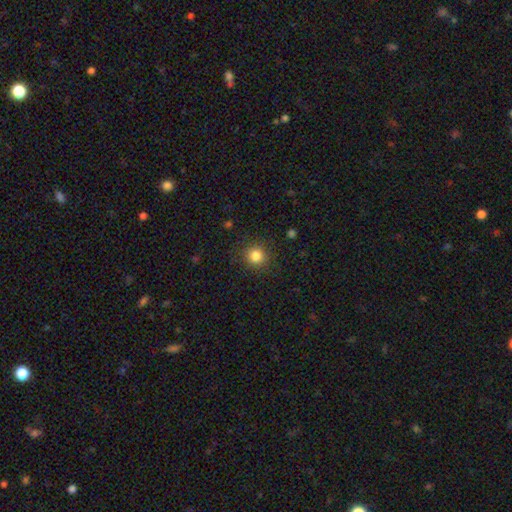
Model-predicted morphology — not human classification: Smooth or featured? Predicted: smooth (p=0.83). How rounded? Predicted: round (p=0.91). Merging? Predicted: none (p=0.89).